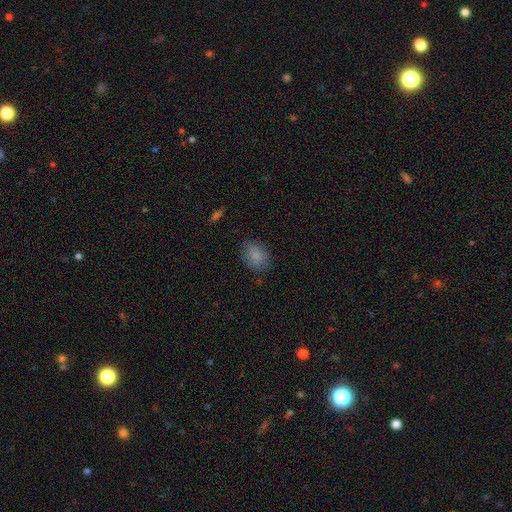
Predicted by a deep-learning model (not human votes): This appears to be a smooth galaxy with no disk features (86%) that is in between round and cigar-shaped (74%). Merging: none (81%).